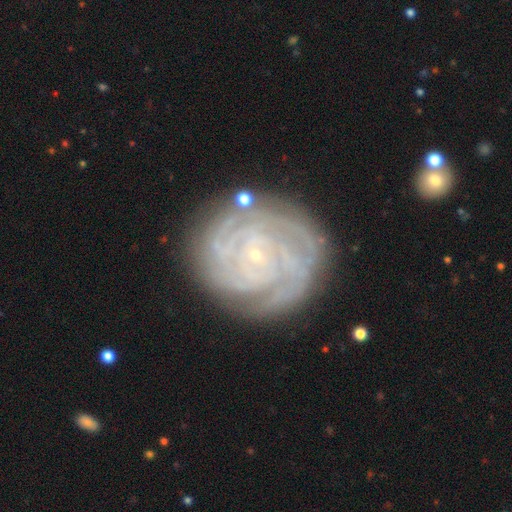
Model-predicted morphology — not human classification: featured or disk 86%, smooth 7%, star or artifact 6%. Down the decision tree: edge-on disk — no (98%); bar — no (75%); spiral arms — yes (97%); spiral arm count — 4 (25%); spiral winding — tight (83%); bulge size — small (90%); merging — none (79%).